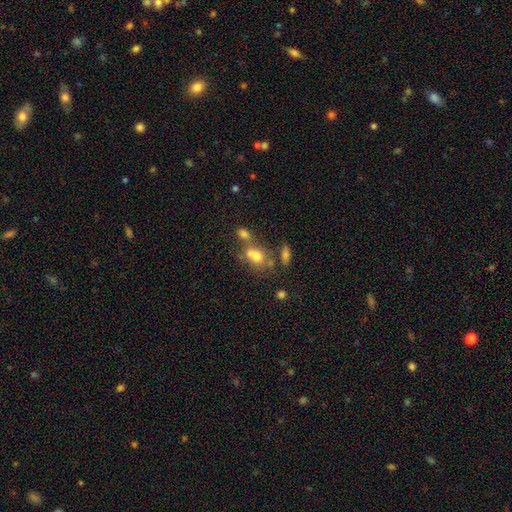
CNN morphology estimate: A smooth galaxy with no disk features (67%) that is in between round and cigar-shaped (57%). Merging: merger (46%).